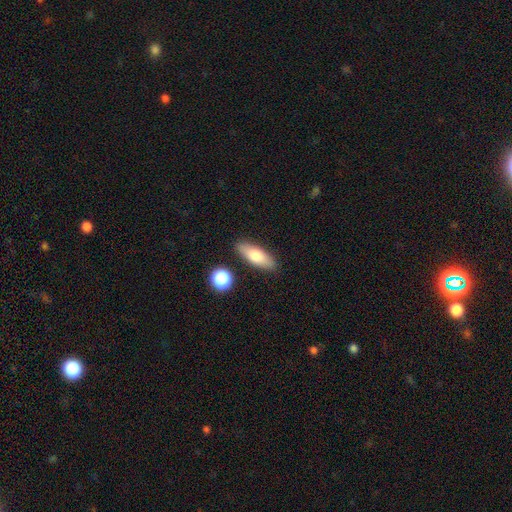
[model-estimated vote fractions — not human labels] smooth-or-featured: smooth: 75% | featured or disk: 18% | star or artifact: 7%
  how-rounded: in between: 65% | cigar-shaped: 32% | round: 3%
  merging: none: 85% | minor disturbance: 9% | merger: 3% | major disturbance: 2%